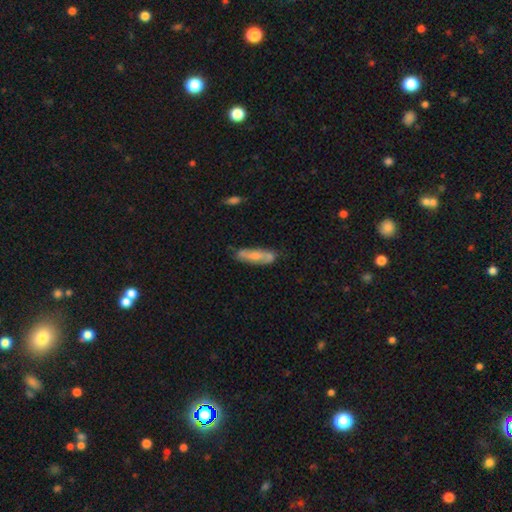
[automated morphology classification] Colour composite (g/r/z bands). It shows a smooth galaxy with no disk features (49%). Merging: none (66%).